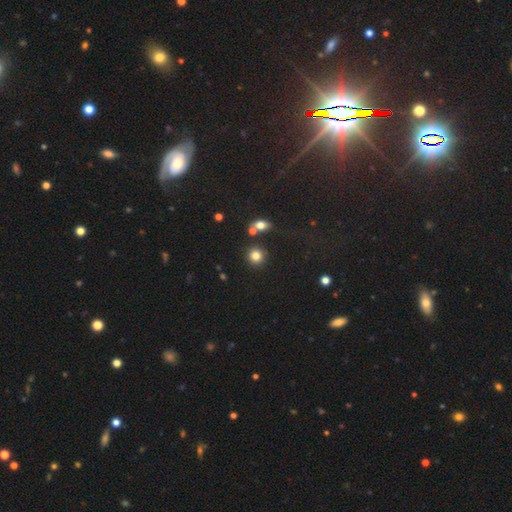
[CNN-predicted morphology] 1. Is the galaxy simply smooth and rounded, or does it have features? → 80% smooth, 13% star or artifact, 7% featured or disk.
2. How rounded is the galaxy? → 90% round, 9% in between, 1% cigar-shaped.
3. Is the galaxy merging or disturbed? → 80% none, 9% merger, 8% minor disturbance, 3% major disturbance.